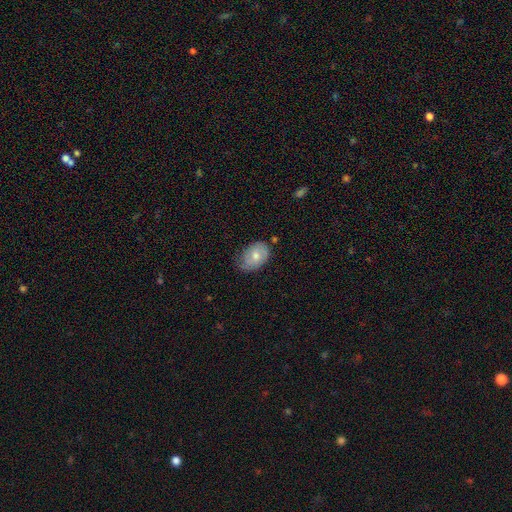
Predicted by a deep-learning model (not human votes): The model was most divided on "merging": none: 59%, minor disturbance: 32%, major disturbance: 7%, merger: 2%. More confident: how rounded — in between (83%); smooth or featured — smooth (60%).